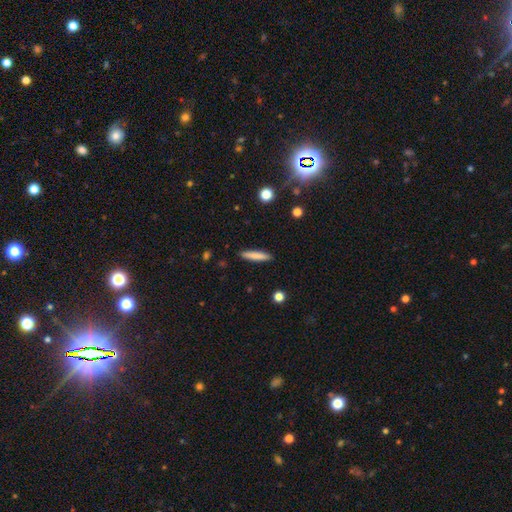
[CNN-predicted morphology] A smooth galaxy with no disk features (81%) that is cigar-shaped (90%).

Vote fractions:
- Smooth or featured? smooth: 81% / featured or disk: 13% / star or artifact: 6%
- How rounded? cigar-shaped: 90% / in between: 9% / round: 1%
- Merging? none: 91% / minor disturbance: 6% / major disturbance: 2% / merger: 1%